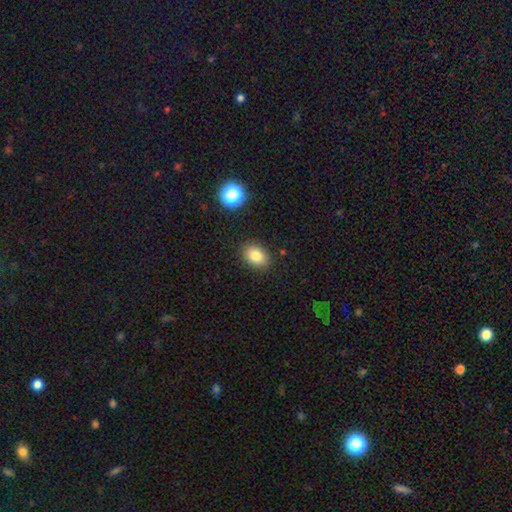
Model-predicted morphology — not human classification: A smooth galaxy with no disk features (82%) that is in between round and cigar-shaped (73%). Merging: none (88%).